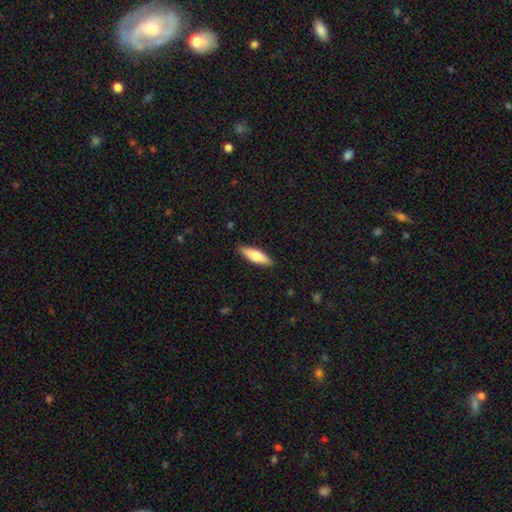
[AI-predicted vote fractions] A smooth galaxy with no disk features (76%) that is cigar-shaped (55%). Merging: none (88%).